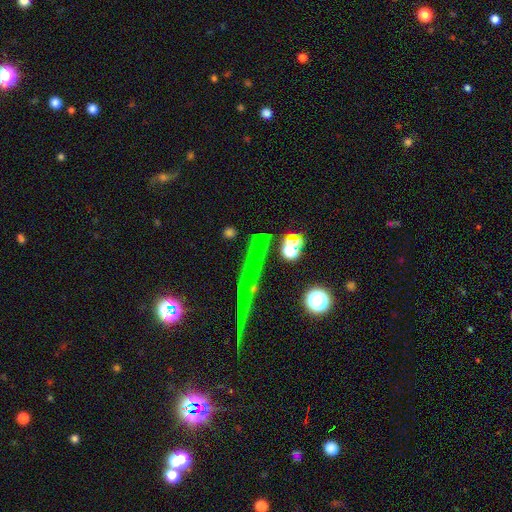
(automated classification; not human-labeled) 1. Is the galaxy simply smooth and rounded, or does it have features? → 42% star or artifact, 30% featured or disk, 28% smooth.